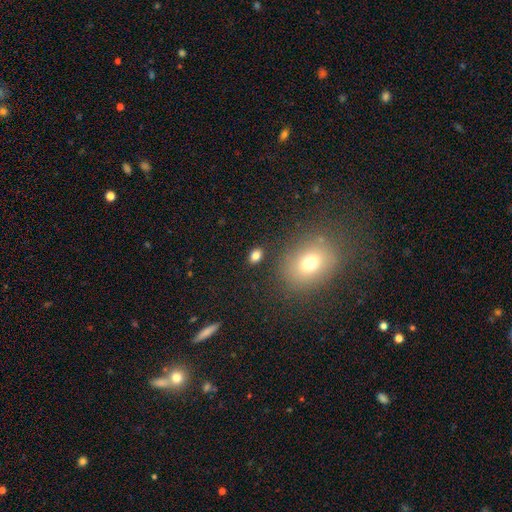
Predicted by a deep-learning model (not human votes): smooth_or_featured: smooth (p=0.82) [alt: star or artifact p=0.12]
how_rounded: in between (p=0.81) [alt: round p=0.17]
merging: none (p=0.85) [alt: minor disturbance p=0.09]